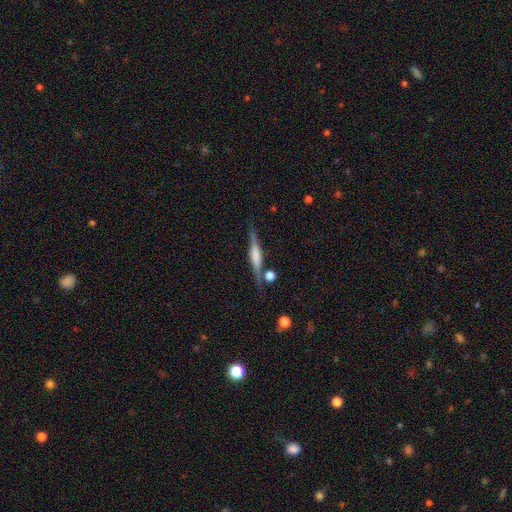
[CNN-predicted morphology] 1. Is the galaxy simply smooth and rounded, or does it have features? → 65% featured or disk, 28% smooth, 7% star or artifact.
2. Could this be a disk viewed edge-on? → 96% yes, 4% no.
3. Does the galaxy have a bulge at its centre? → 43% boxy, 42% rounded, 15% none.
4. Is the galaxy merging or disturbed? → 77% none, 13% minor disturbance, 6% merger, 4% major disturbance.